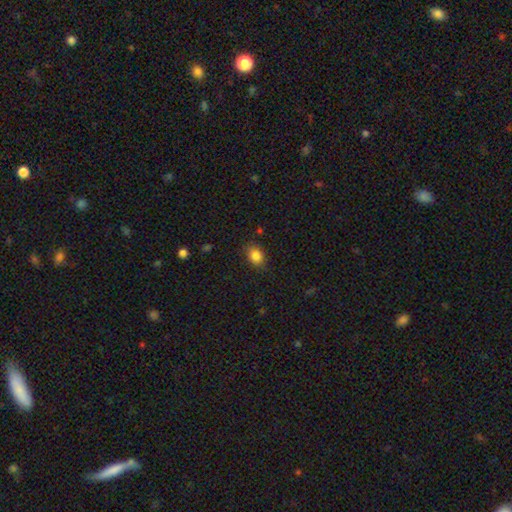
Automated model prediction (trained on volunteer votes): This appears to be a smooth galaxy with no disk features (85%) that is in between round and cigar-shaped (64%). Merging: none (82%).